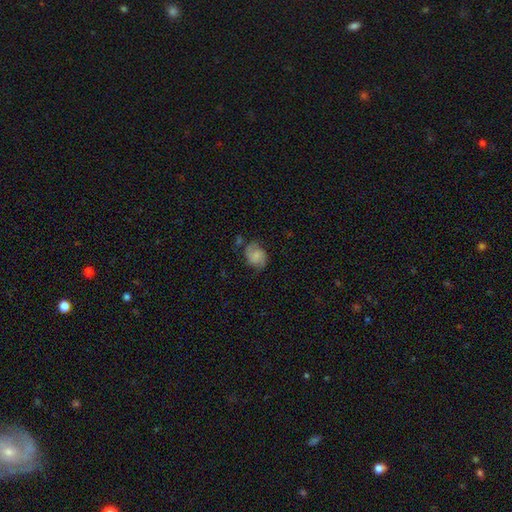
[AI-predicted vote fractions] This appears to be a featured or disk galaxy (48%). Merging: none (64%).